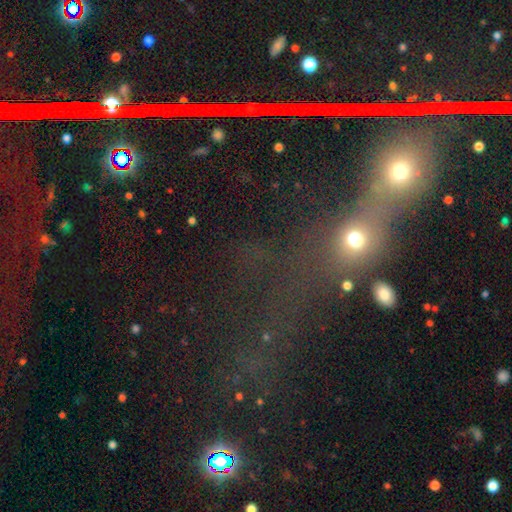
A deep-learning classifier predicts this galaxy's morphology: This is possibly a star or artifact rather than a galaxy (58%).